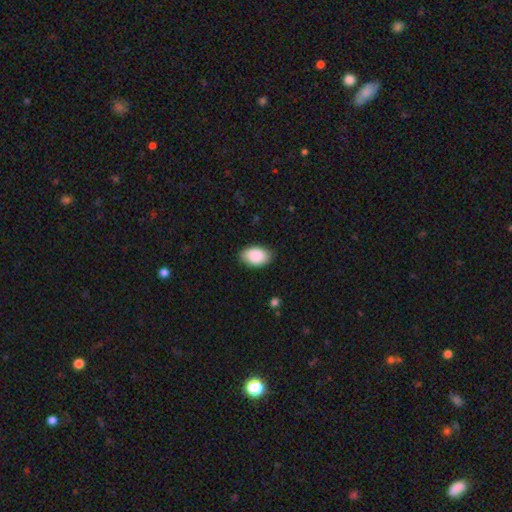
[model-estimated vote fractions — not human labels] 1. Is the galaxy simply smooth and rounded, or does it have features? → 89% smooth, 6% star or artifact, 5% featured or disk.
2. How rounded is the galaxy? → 91% in between, 7% round, 1% cigar-shaped.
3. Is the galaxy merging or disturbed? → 84% none, 13% minor disturbance, 3% major disturbance, 1% merger.